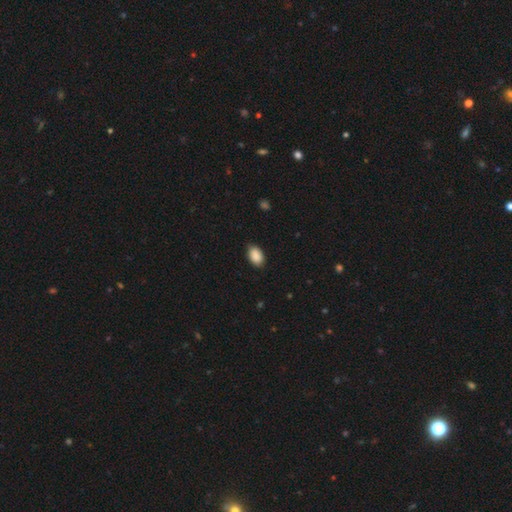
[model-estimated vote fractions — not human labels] Morphology: type=smooth (90%); roundness=in between (91%); merging=none (85%).